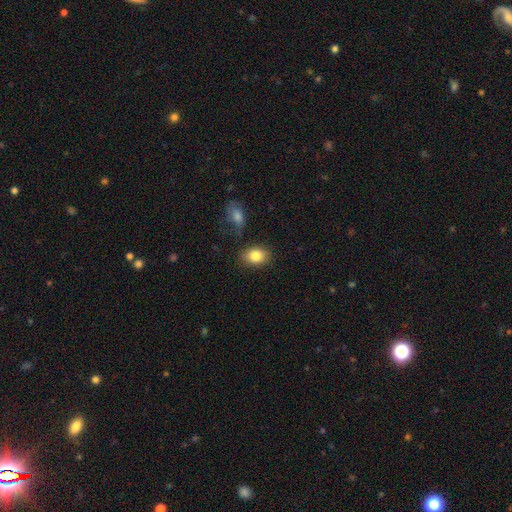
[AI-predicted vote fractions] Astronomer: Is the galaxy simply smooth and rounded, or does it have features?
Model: smooth — 85%.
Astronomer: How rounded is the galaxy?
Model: in between — 72%.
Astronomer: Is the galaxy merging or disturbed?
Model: none — 81%.